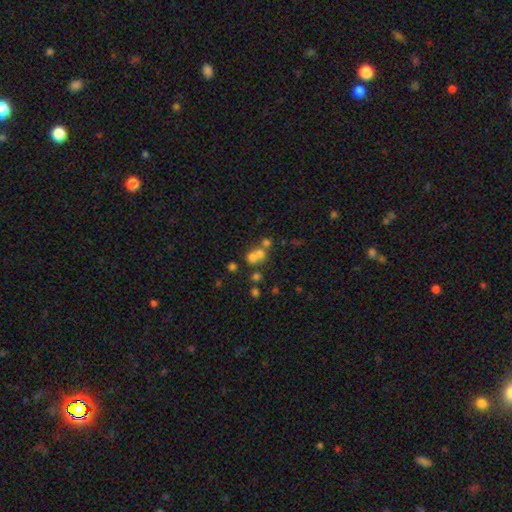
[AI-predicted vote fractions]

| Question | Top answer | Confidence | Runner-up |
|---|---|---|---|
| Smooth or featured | smooth | 60% | featured or disk (22%) |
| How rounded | round | 79% | in between (19%) |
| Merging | merger | 57% | none (33%) |